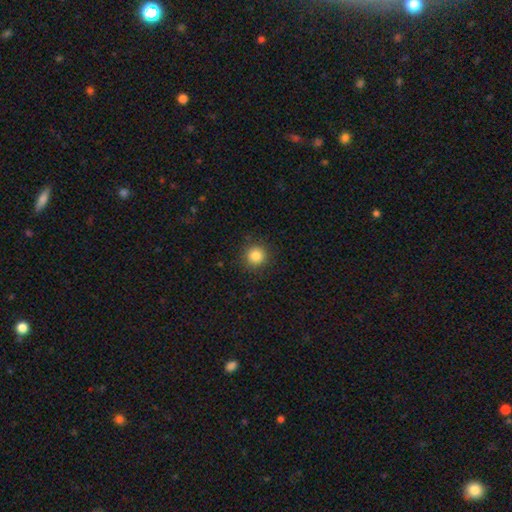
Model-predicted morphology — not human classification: A smooth galaxy with no disk features (85%) that is round (94%). Merging: none (89%).